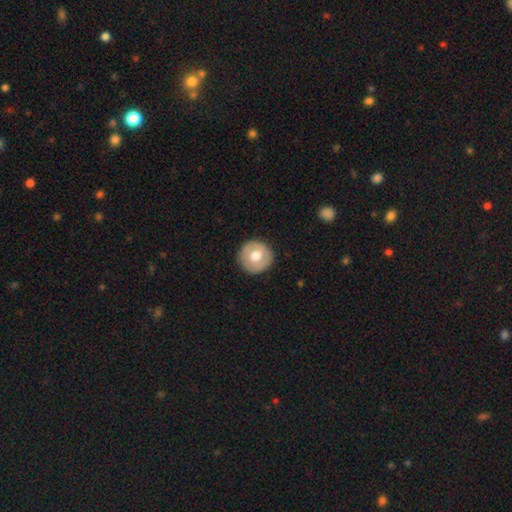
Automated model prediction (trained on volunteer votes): This is possibly a smooth galaxy (60%). How rounded: clearly round (94%). Merging: clearly none (88%).